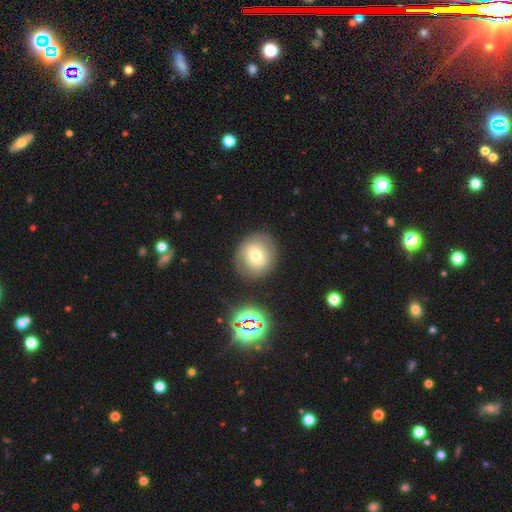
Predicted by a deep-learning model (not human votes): Morphology: type=smooth (61%); roundness=round (83%); merging=none (81%).